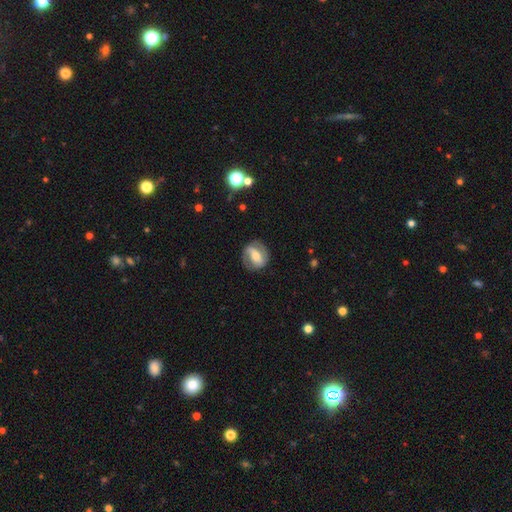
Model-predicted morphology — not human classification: A featured or disk galaxy (66%) with a strong bar (47%), spiral arms (77%) and a moderate central bulge (59%).

Vote fractions:
- Smooth or featured? featured or disk: 66% / smooth: 27% / star or artifact: 7%
- Edge-on disk? no: 95% / yes: 5%
- Bar? strong: 47% / weak: 32% / no: 21%
- Spiral arms? yes: 77% / no: 23%
- Bulge size? moderate: 59% / small: 33% / large: 5% / none: 2% / dominant: 1%
- Merging? none: 80% / minor disturbance: 13% / major disturbance: 6% / merger: 1%